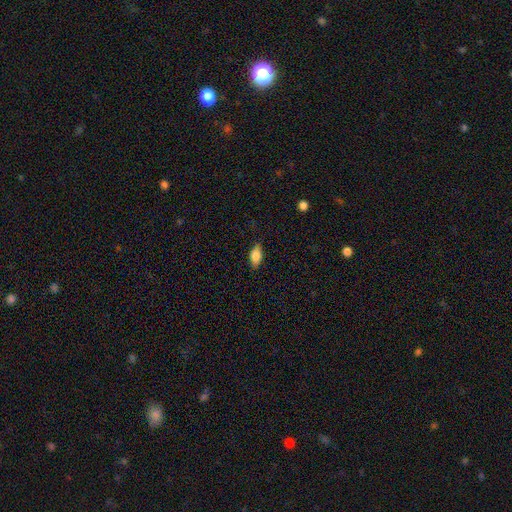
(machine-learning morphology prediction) Smooth or featured: smooth — 83% (featured or disk — 10%)
How rounded: in between — 89% (cigar-shaped — 7%)
Merging: none — 83% (minor disturbance — 13%)